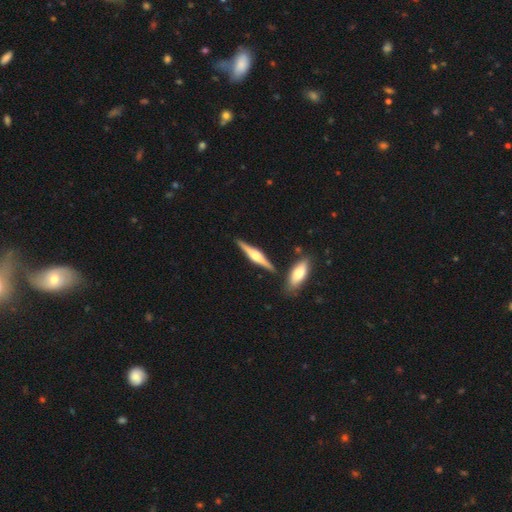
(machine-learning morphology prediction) type=featured or disk (74%); edge-on=yes (98%); edge-on bulge=rounded (90%); merging=none (86%).